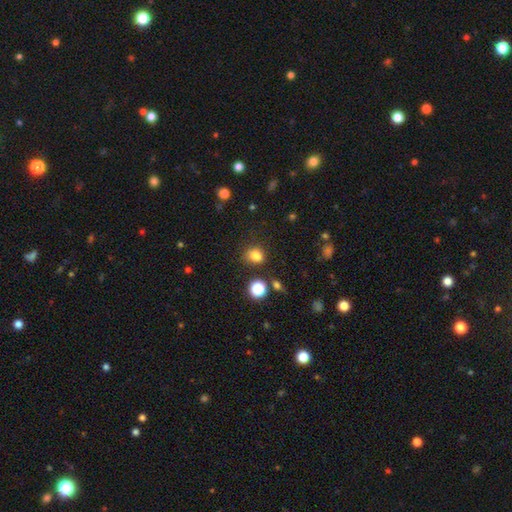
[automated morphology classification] Smooth or featured? Predicted: smooth (p=0.81). How rounded? Predicted: round (p=0.61). Merging? Predicted: none (p=0.77).